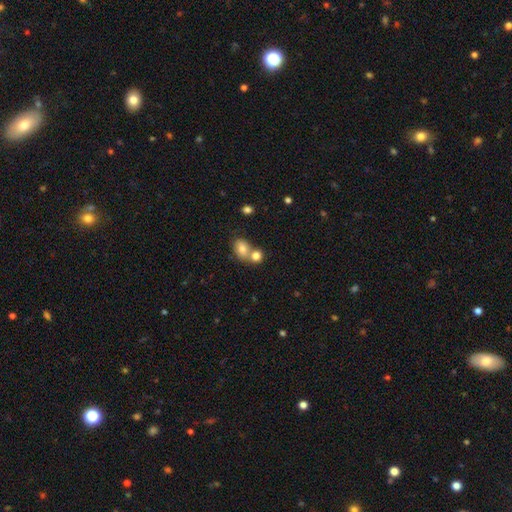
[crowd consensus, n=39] A smooth galaxy with no disk features (90%) that is round (74%).

Vote fractions:
- Smooth or featured? smooth: 90% / featured or disk: 5% / star or artifact: 5%
- How rounded? round: 74% / in between: 26% / cigar-shaped: 0%
- Merging? merger: 57% / none: 35% / major disturbance: 5% / minor disturbance: 3%